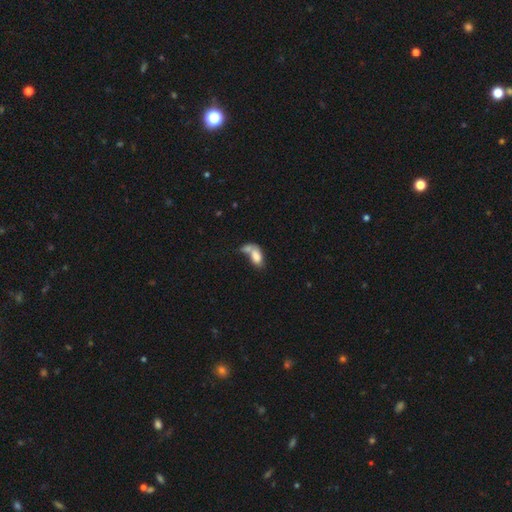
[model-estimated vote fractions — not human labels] smooth-or-featured: smooth: 74% | featured or disk: 18% | star or artifact: 9%
  how-rounded: in between: 89% | round: 7% | cigar-shaped: 4%
  merging: merger: 53% | none: 21% | major disturbance: 15% | minor disturbance: 12%